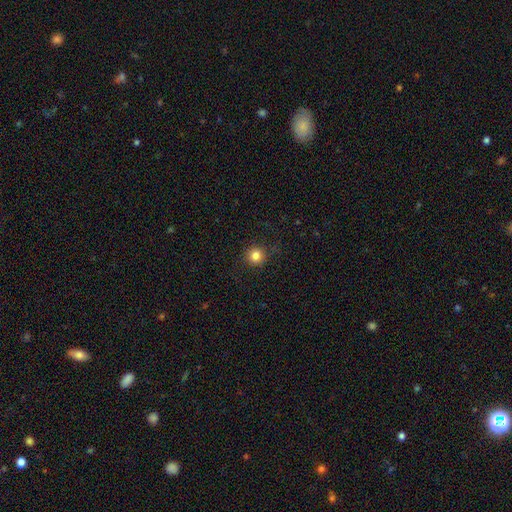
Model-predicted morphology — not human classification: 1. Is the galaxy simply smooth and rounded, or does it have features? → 83% smooth, 12% star or artifact, 5% featured or disk.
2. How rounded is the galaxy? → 94% round, 5% in between, 1% cigar-shaped.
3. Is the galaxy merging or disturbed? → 89% none, 7% minor disturbance, 3% major disturbance, 1% merger.